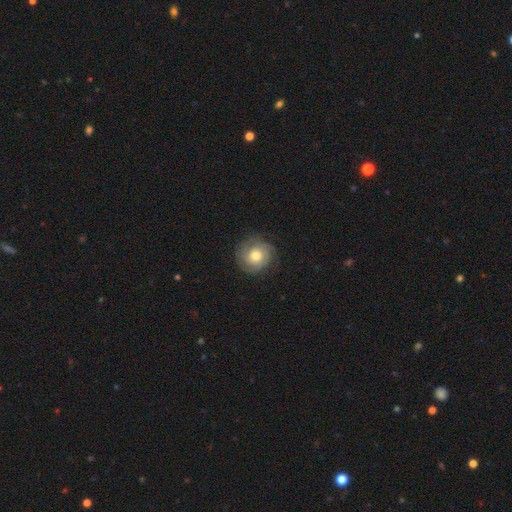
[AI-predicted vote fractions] A featured or disk galaxy (62%) with no bar (81%), tight (70%) spiral arms (89%) and a moderate central bulge (66%). Merging: none (80%).